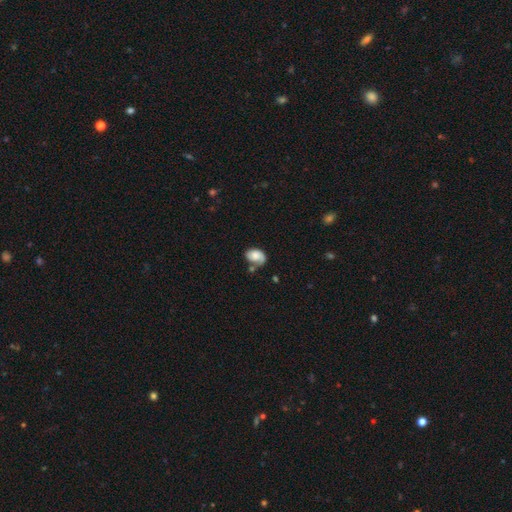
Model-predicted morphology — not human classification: Overall: smooth (53%; featured or disk 38%). How rounded: in between (79%). Merging: none (44%; minor disturbance 28%).